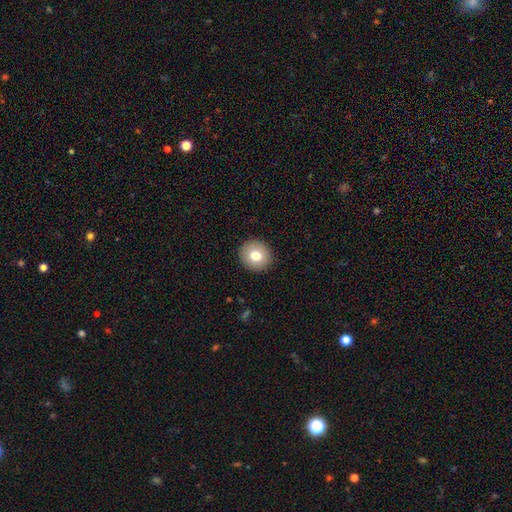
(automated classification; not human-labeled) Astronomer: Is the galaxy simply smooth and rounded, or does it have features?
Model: smooth — 76%.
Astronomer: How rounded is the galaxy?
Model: round — 89%.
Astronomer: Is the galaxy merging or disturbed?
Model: none — 92%.